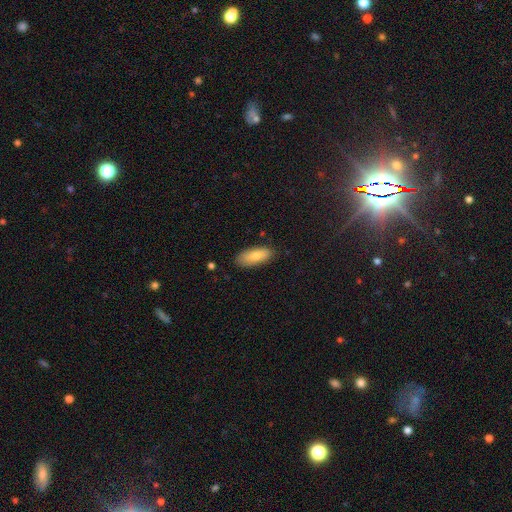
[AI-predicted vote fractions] smooth-or-featured: smooth: 78% | featured or disk: 15% | star or artifact: 6%
  how-rounded: in between: 81% | cigar-shaped: 16% | round: 2%
  merging: none: 83% | minor disturbance: 13% | major disturbance: 3% | merger: 1%